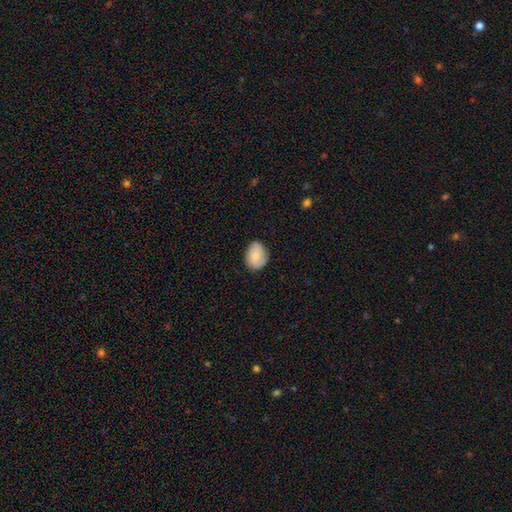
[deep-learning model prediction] Overall: smooth (74%). How rounded: in between (65%; round 34%). Merging: none (77%).